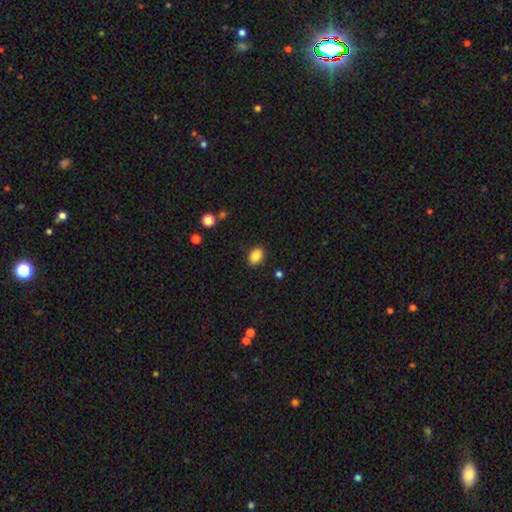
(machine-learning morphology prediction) This appears to be a smooth galaxy with no disk features (86%) that is in between round and cigar-shaped (79%). Merging: none (88%).